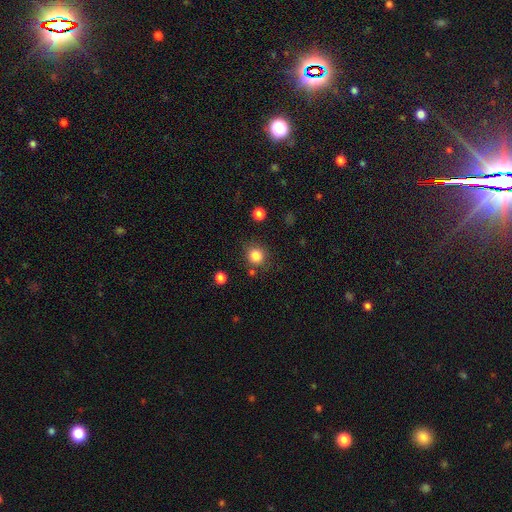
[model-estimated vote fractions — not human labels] Overall: smooth (84%). How rounded: round (87%). Merging: none (81%).